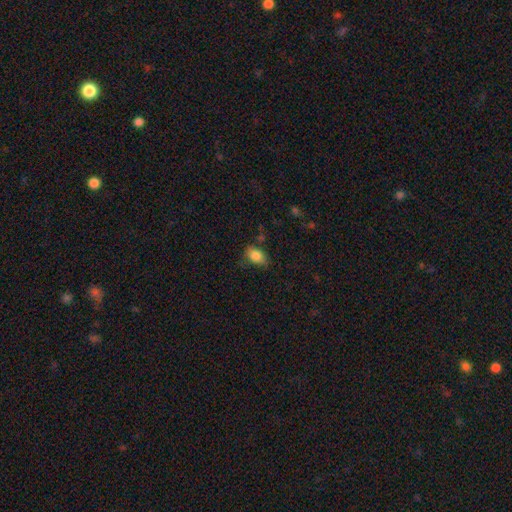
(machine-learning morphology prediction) This is clearly a smooth galaxy (84%). How rounded: clearly in between (82%). Merging: likely none (63%).